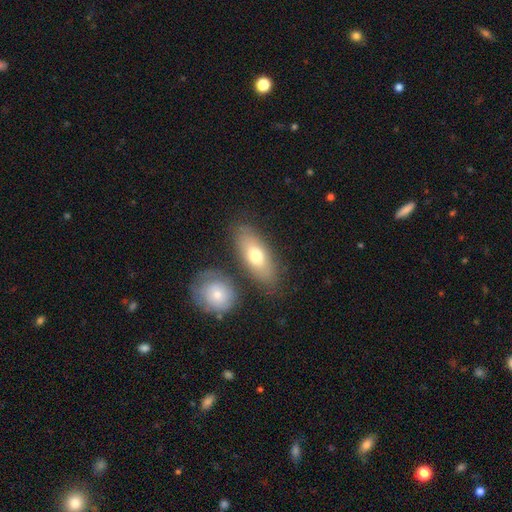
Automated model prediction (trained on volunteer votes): This appears to be a smooth galaxy with no disk features (69%) that is in between round and cigar-shaped (80%). Merging: none (74%).